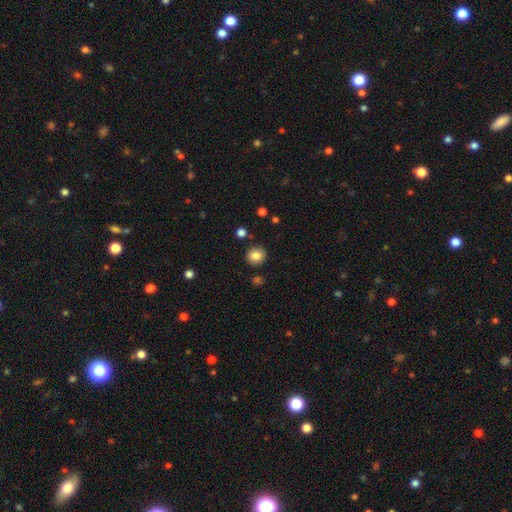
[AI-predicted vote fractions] smooth_or_featured: smooth (p=0.84) [alt: star or artifact p=0.10]
how_rounded: round (p=0.87) [alt: in between p=0.12]
merging: none (p=0.88) [alt: minor disturbance p=0.07]